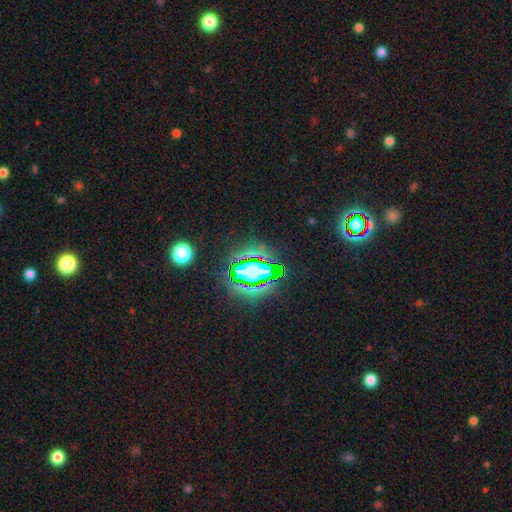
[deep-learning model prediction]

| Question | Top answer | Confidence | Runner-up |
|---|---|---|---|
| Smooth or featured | star or artifact | 80% | smooth (12%) |